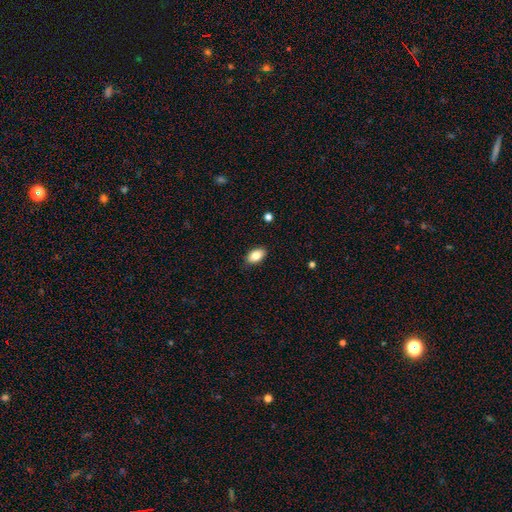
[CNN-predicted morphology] This is clearly a smooth galaxy (85%). How rounded: clearly in between (92%). Merging: clearly none (87%).